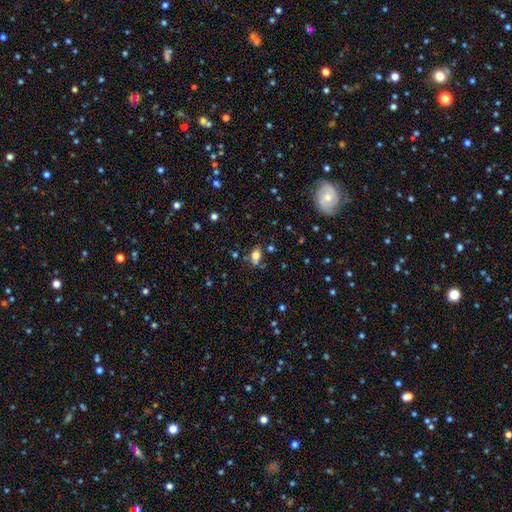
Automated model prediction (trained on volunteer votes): smooth-or-featured: smooth: 72% | featured or disk: 14% | star or artifact: 14%
  how-rounded: in between: 79% | round: 17% | cigar-shaped: 4%
  merging: none: 65% | minor disturbance: 18% | merger: 10% | major disturbance: 6%